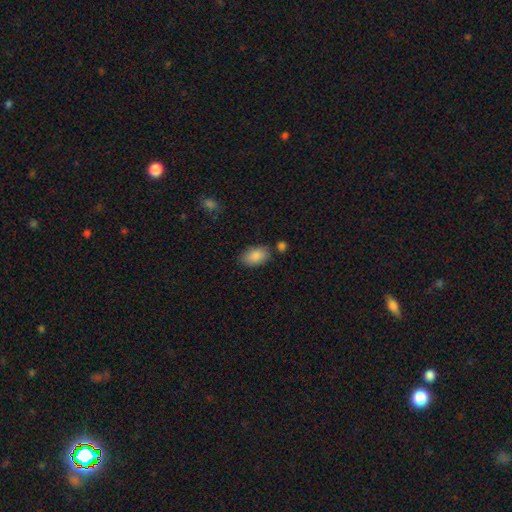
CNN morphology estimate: Q: Smooth or featured?
A: smooth (88%); runner-up: star or artifact (7%)
Q: How rounded?
A: in between (93%); runner-up: round (6%)
Q: Merging?
A: none (75%); runner-up: minor disturbance (16%)